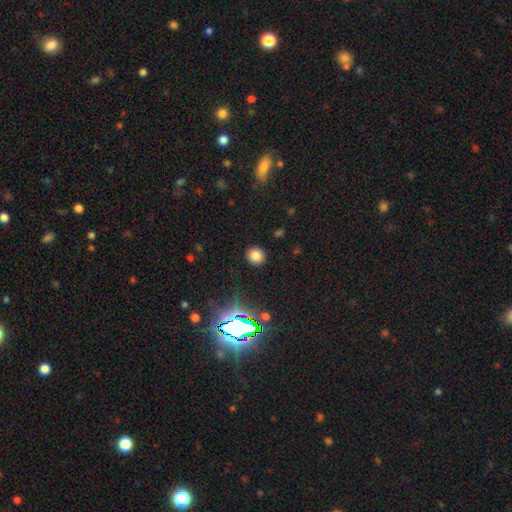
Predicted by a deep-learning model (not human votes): This appears to be a smooth galaxy with no disk features (78%) that is round (85%). Merging: none (90%).